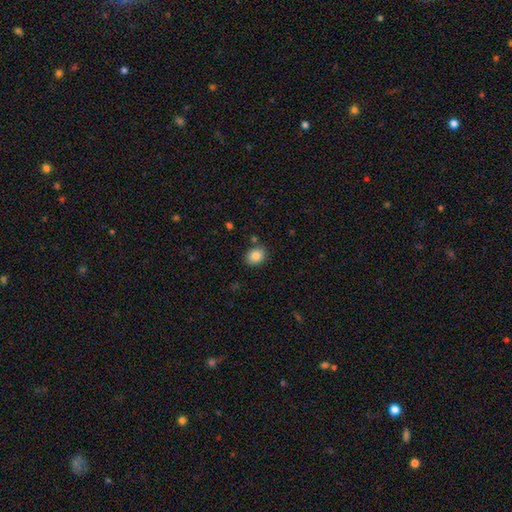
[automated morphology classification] type=smooth (85%); roundness=in between (57%); merging=none (83%).